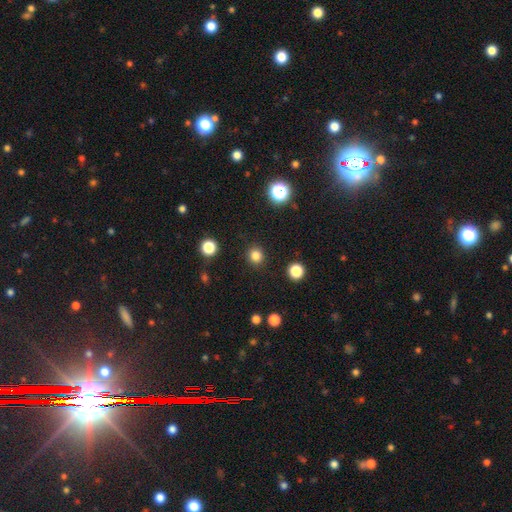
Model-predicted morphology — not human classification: The model was most divided on "smooth or featured": smooth: 82%, star or artifact: 14%, featured or disk: 4%. More confident: how rounded — round (92%); merging — none (91%).